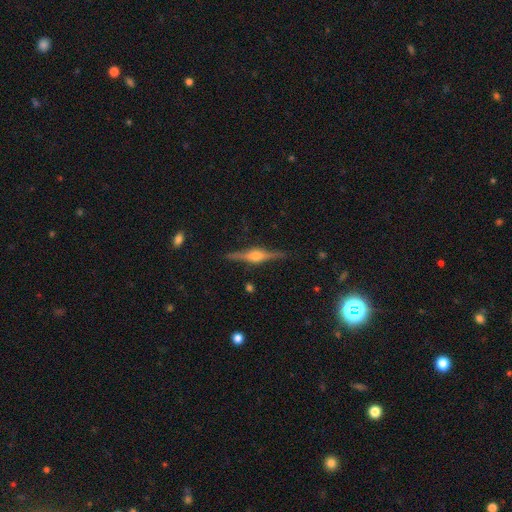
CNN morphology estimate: This appears to be a featured or disk galaxy (84%) viewed edge-on (98%) with a rounded central bulge (91%). Merging: none (89%).